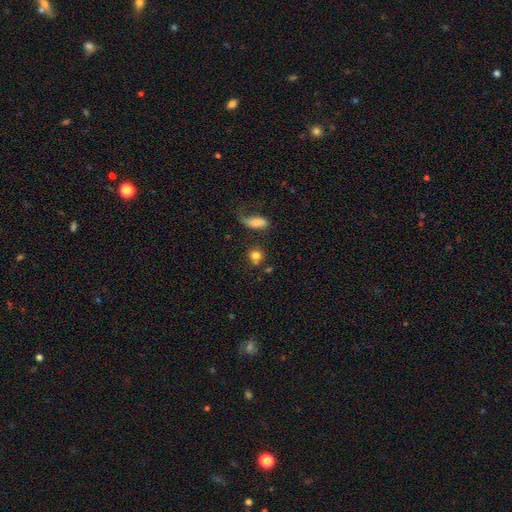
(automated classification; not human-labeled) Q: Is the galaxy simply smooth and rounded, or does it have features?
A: smooth — 78%.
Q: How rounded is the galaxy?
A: round — 77%.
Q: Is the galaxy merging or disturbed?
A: none — 59%.